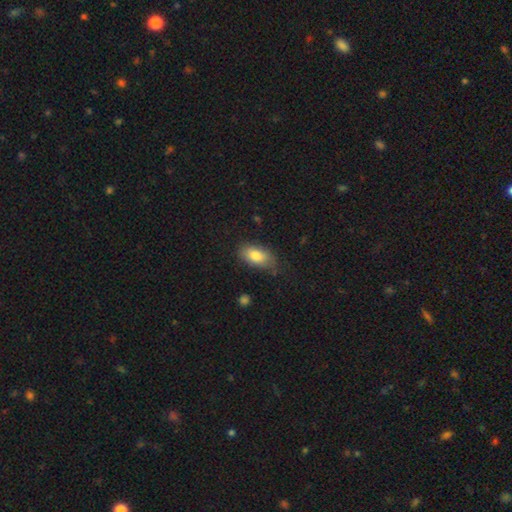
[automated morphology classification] A smooth galaxy with no disk features (82%) that is in between round and cigar-shaped (91%).

Vote fractions:
- Smooth or featured? smooth: 82% / featured or disk: 11% / star or artifact: 7%
- How rounded? in between: 91% / cigar-shaped: 5% / round: 5%
- Merging? none: 70% / minor disturbance: 23% / major disturbance: 5% / merger: 2%